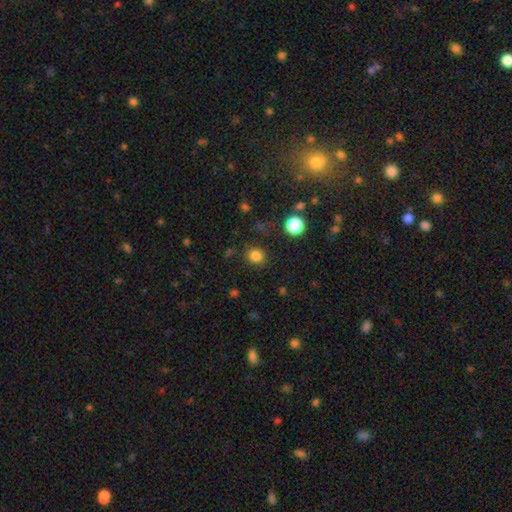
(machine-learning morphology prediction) The model was most divided on "smooth or featured": smooth: 82%, star or artifact: 14%, featured or disk: 4%. More confident: how rounded — round (88%); merging — none (86%).